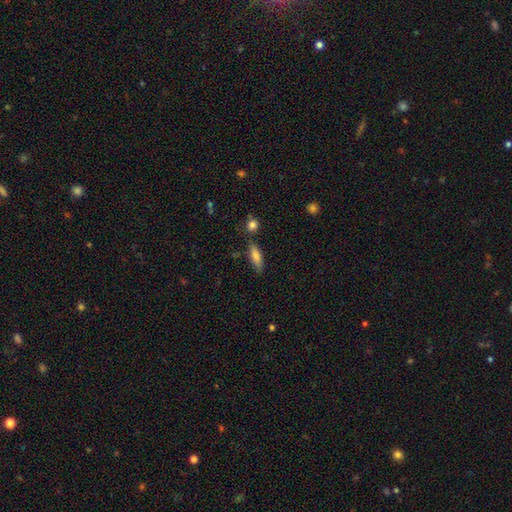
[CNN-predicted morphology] The model was most divided on "how rounded": in between: 52%, cigar-shaped: 46%, round: 3%. More confident: smooth or featured — smooth (79%); merging — none (76%).